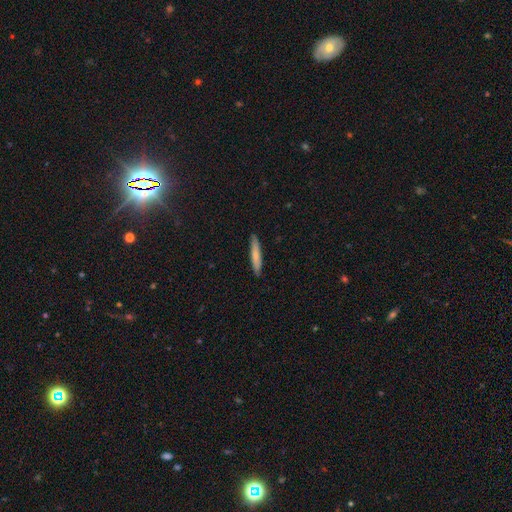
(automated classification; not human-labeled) smooth 74%, featured or disk 21%, star or artifact 5%. Down the decision tree: how rounded — cigar-shaped (92%); merging — none (90%).